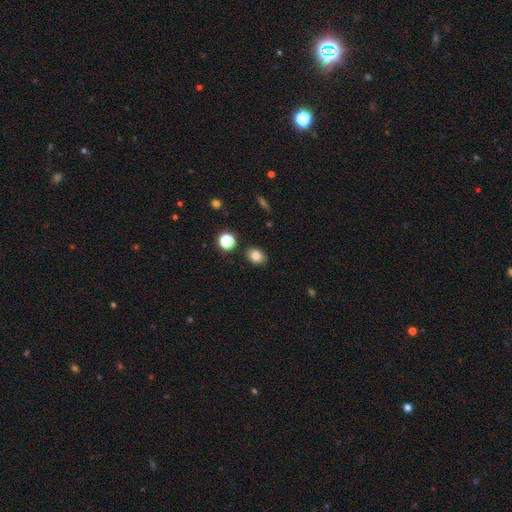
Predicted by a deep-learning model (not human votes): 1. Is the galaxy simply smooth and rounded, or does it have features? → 81% smooth, 12% star or artifact, 7% featured or disk.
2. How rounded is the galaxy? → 57% in between, 41% round, 1% cigar-shaped.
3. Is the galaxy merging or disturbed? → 86% none, 9% minor disturbance, 3% merger, 2% major disturbance.